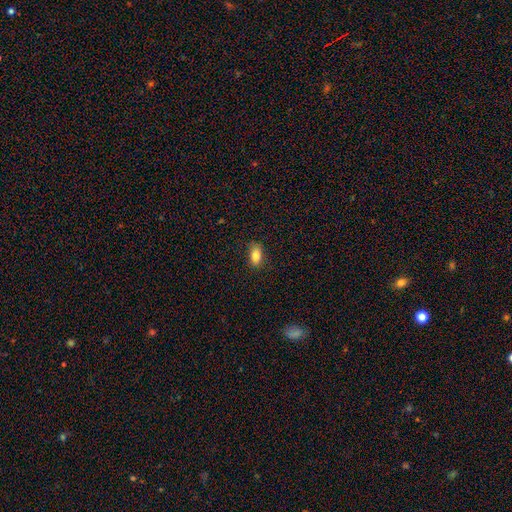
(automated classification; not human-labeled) This is clearly a smooth galaxy (85%). How rounded: clearly in between (88%). Merging: clearly none (85%).